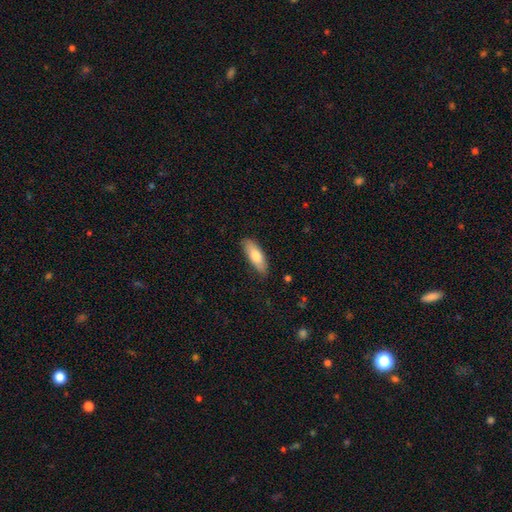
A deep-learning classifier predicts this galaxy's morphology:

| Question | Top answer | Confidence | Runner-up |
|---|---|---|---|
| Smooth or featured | smooth | 75% | featured or disk (19%) |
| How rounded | in between | 68% | cigar-shaped (30%) |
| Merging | none | 85% | minor disturbance (12%) |